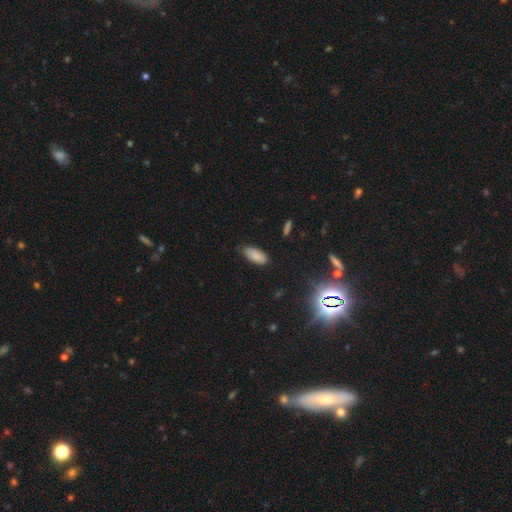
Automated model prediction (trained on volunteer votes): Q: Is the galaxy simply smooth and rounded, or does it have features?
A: smooth — 85%.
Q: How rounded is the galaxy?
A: in between — 85%.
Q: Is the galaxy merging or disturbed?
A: none — 80%.